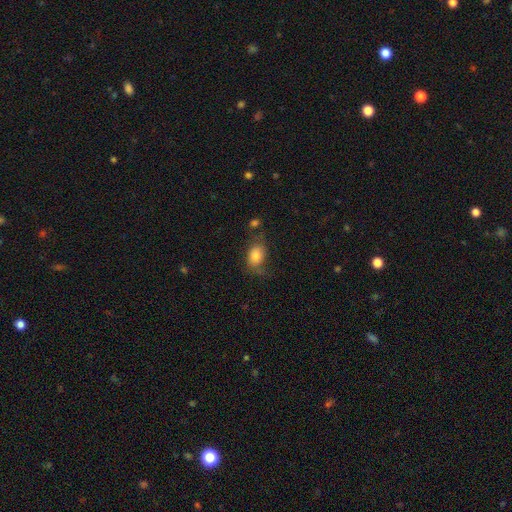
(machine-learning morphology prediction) A smooth galaxy with no disk features (74%) that is in between round and cigar-shaped (75%).

Vote fractions:
- Smooth or featured? smooth: 74% / featured or disk: 17% / star or artifact: 9%
- How rounded? in between: 75% / round: 23% / cigar-shaped: 2%
- Merging? none: 50% / minor disturbance: 28% / major disturbance: 17% / merger: 4%